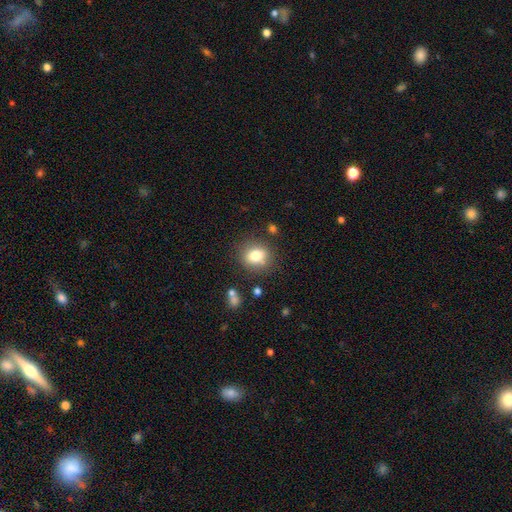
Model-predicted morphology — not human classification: smooth-or-featured: smooth: 78% | featured or disk: 11% | star or artifact: 11%
  how-rounded: round: 68% | in between: 31% | cigar-shaped: 1%
  merging: none: 79% | minor disturbance: 13% | merger: 5% | major disturbance: 4%